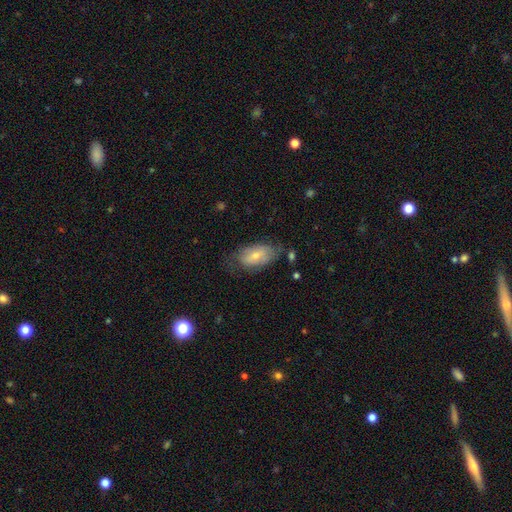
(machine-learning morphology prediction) A smooth galaxy with no disk features (59%) that is in between round and cigar-shaped (92%). Merging: none (56%).